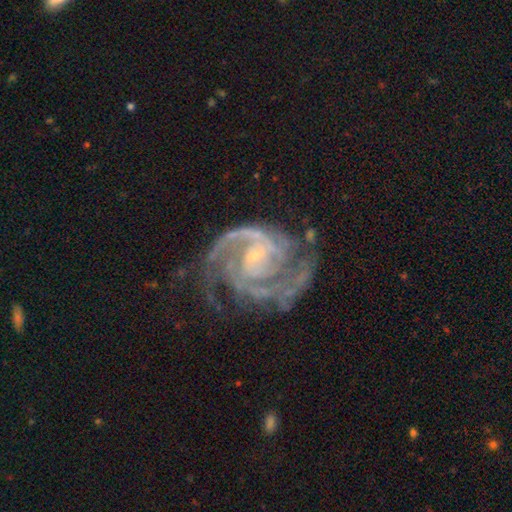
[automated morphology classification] featured or disk 92%, star or artifact 5%, smooth 3%. Down the decision tree: edge-on disk — no (98%); bar — no (55%); spiral arms — yes (98%); spiral arm count — 2 (48%); spiral winding — tight (52%); bulge size — small (82%); merging — none (63%).